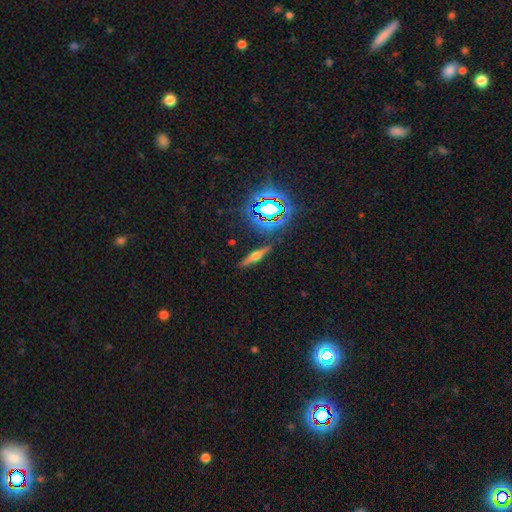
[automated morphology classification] Smooth or featured?
  - featured or disk: 60% *
  - smooth: 24%
  - star or artifact: 17%
Edge-on disk?
  - yes: 95% *
  - no: 5%
Edge-on bulge?
  - rounded: 93% *
  - boxy: 5%
  - none: 2%
Merging?
  - none: 87% *
  - minor disturbance: 8%
  - major disturbance: 2%
  - merger: 2%